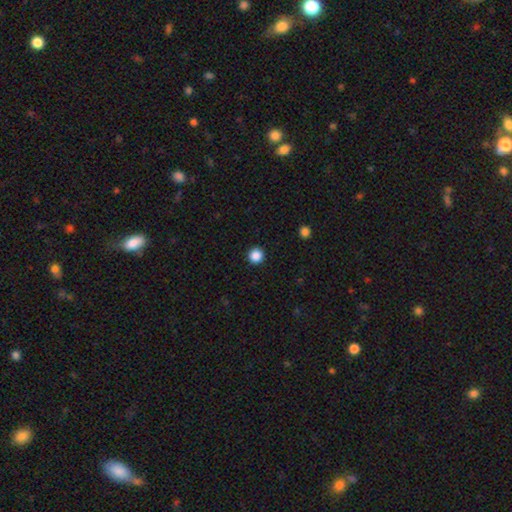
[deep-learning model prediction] smooth 87%, star or artifact 11%, featured or disk 3%. Down the decision tree: how rounded — round (95%); merging — none (93%).